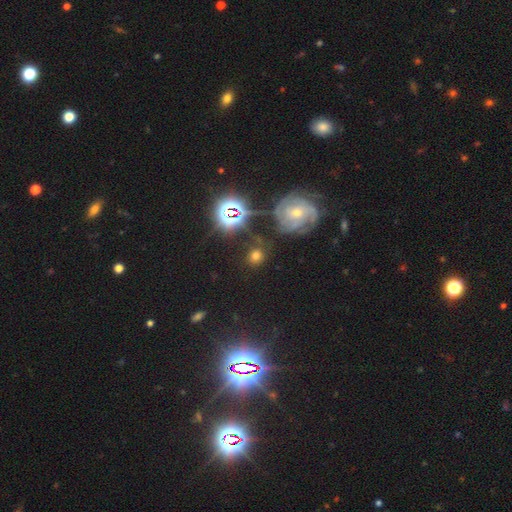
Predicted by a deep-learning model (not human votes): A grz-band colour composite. It shows a smooth galaxy with no disk features (50%) that is round (80%). Merging: none (76%).